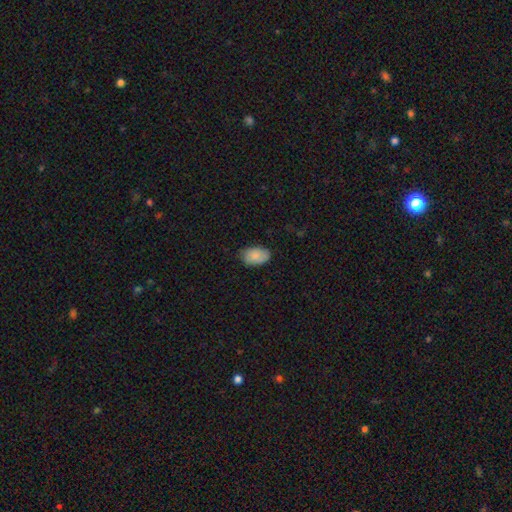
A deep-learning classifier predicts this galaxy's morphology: smooth 81%, featured or disk 13%, star or artifact 7%. Down the decision tree: how rounded — in between (92%); merging — none (77%).